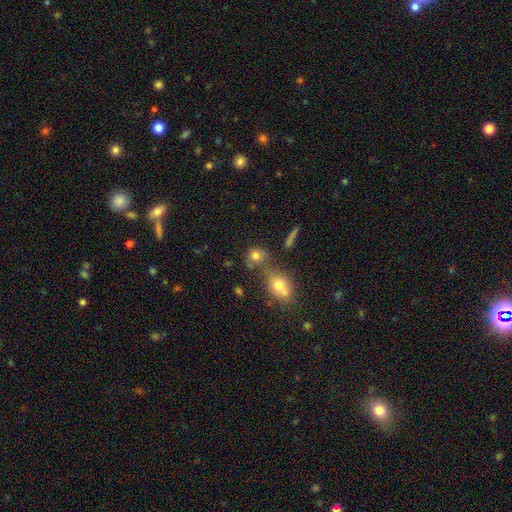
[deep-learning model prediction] smooth 74%, star or artifact 14%, featured or disk 11%. Down the decision tree: how rounded — round (69%); merging — none (49%).